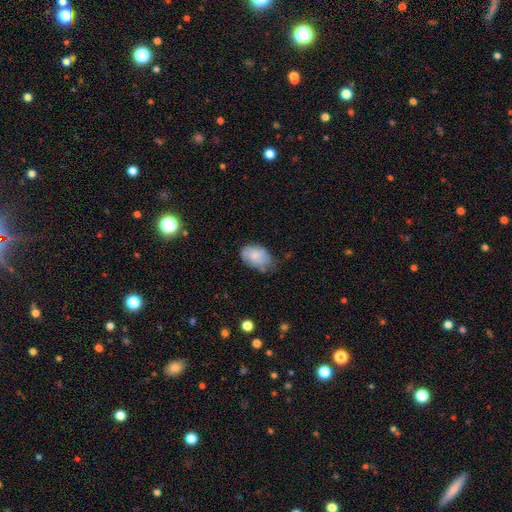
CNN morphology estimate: smooth_or_featured: smooth (p=0.74) [alt: featured or disk p=0.19]
how_rounded: in between (p=0.88) [alt: round p=0.11]
merging: none (p=0.48) [alt: minor disturbance p=0.39]